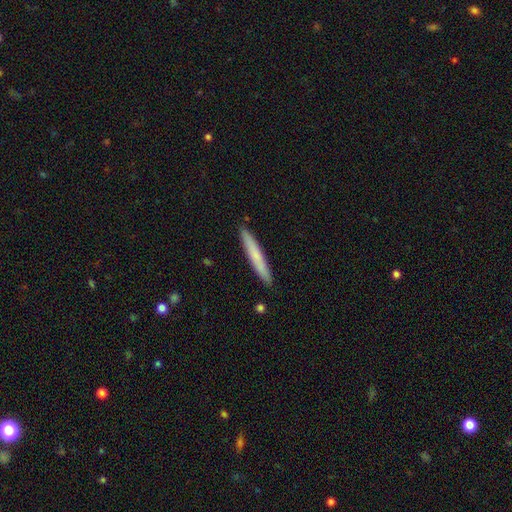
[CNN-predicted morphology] Overall: smooth (70%). How rounded: cigar-shaped (96%). Merging: none (92%).